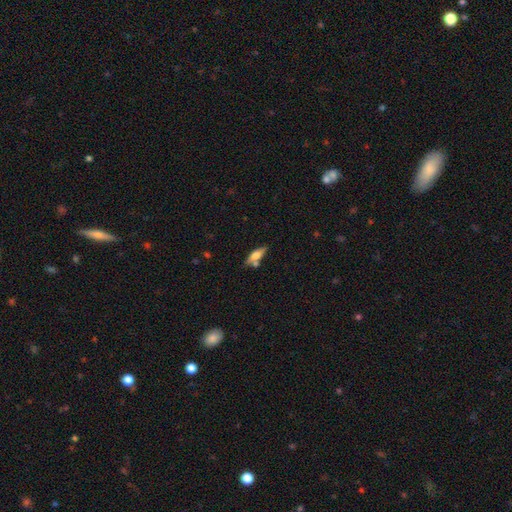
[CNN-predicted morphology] A smooth galaxy with no disk features (55%) that is cigar-shaped (52%).

Vote fractions:
- Smooth or featured? smooth: 55% / featured or disk: 38% / star or artifact: 7%
- How rounded? cigar-shaped: 52% / in between: 45% / round: 3%
- Merging? none: 67% / minor disturbance: 15% / merger: 14% / major disturbance: 4%